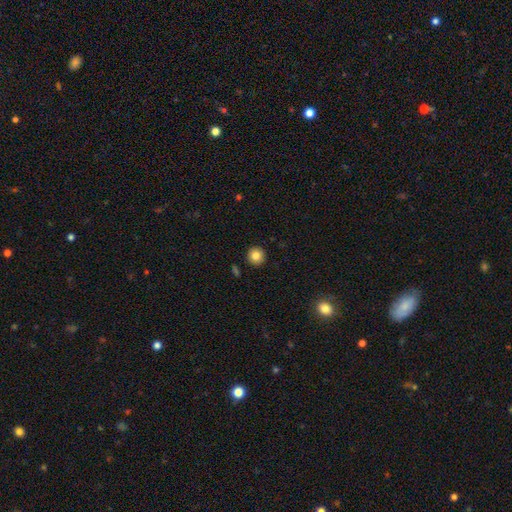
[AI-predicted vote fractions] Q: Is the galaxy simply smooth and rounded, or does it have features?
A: smooth — 83%.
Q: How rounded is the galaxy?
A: round — 94%.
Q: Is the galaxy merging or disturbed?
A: none — 92%.